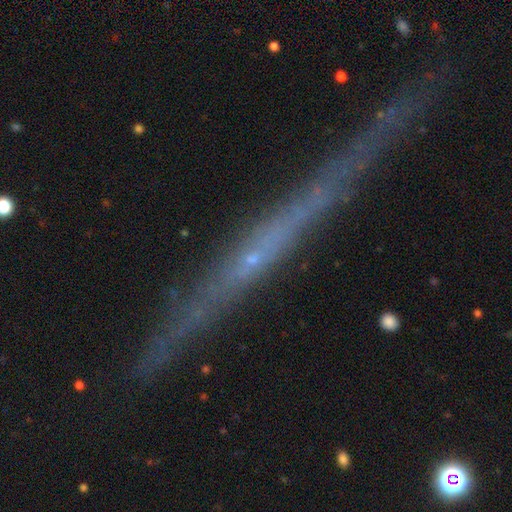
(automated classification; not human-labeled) Smooth or featured?
  - featured or disk: 71% *
  - smooth: 17%
  - star or artifact: 13%
Edge-on disk?
  - yes: 93% *
  - no: 7%
Edge-on bulge?
  - none: 63% *
  - rounded: 28%
  - boxy: 8%
Merging?
  - none: 82% *
  - minor disturbance: 12%
  - major disturbance: 3%
  - merger: 3%